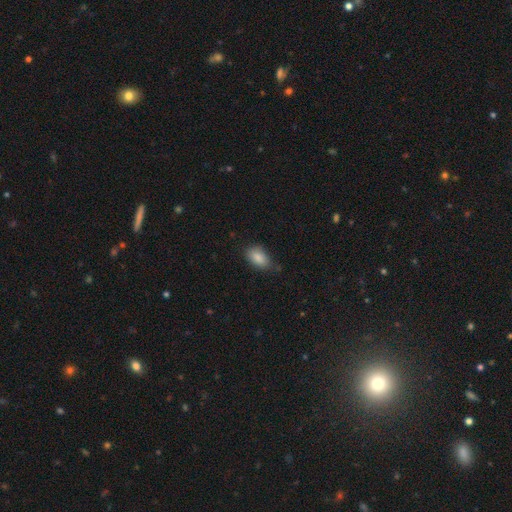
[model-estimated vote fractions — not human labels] smooth 85%, star or artifact 9%, featured or disk 6%. Down the decision tree: how rounded — in between (90%); merging — none (75%).